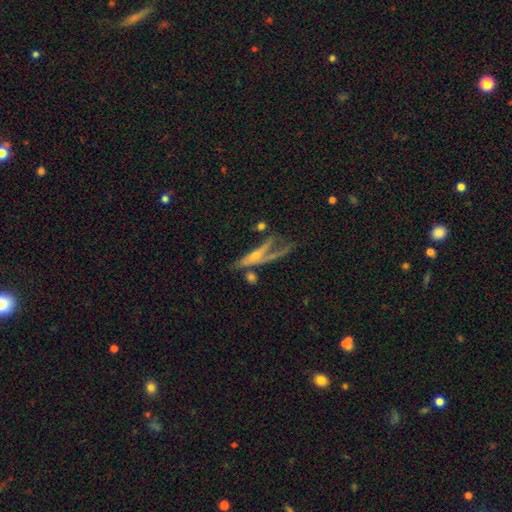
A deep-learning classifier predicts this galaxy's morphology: This appears to be a featured or disk galaxy (64%) viewed edge-on (54%). Merging: none (32%).